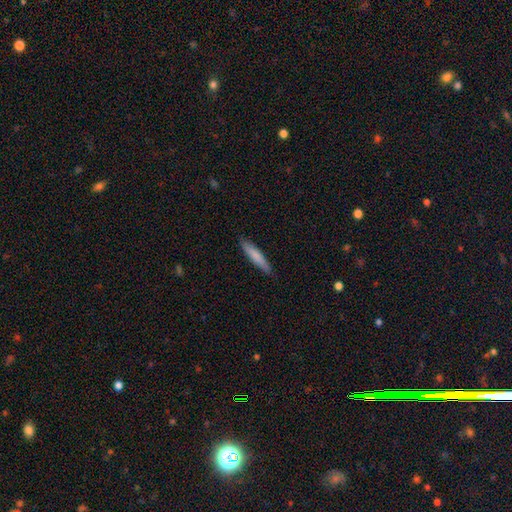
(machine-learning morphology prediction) Smooth or featured: smooth — 79% (featured or disk — 16%)
How rounded: cigar-shaped — 90% (in between — 9%)
Merging: none — 88% (minor disturbance — 9%)